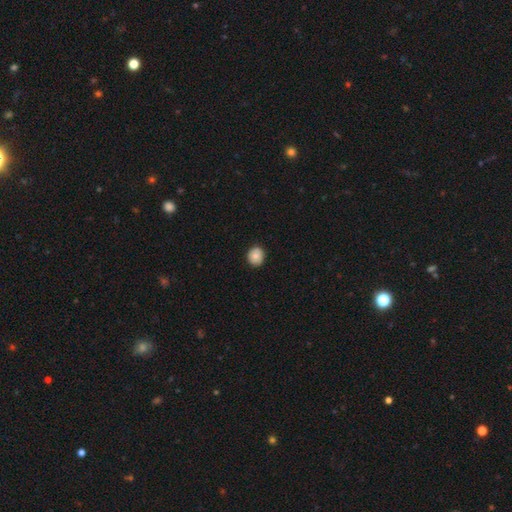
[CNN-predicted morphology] This is likely a smooth galaxy (78%). How rounded: clearly round (80%). Merging: clearly none (85%).